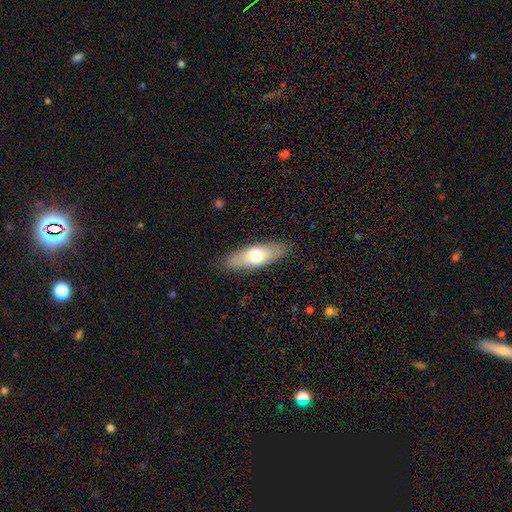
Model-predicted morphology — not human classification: This appears to be a smooth galaxy with no disk features (63%) that is in between round and cigar-shaped (57%). Merging: none (86%).